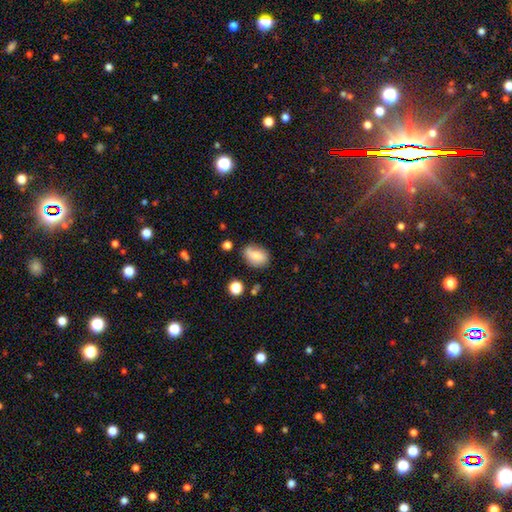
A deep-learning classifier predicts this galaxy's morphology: smooth_or_featured: smooth (p=0.70) [alt: featured or disk p=0.21]
how_rounded: in between (p=0.75) [alt: round p=0.22]
merging: none (p=0.63) [alt: minor disturbance p=0.26]